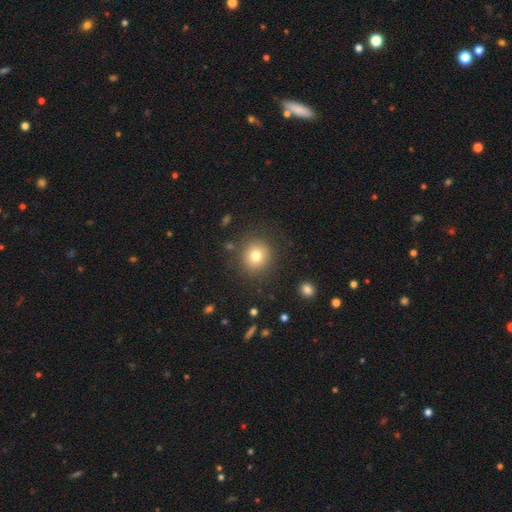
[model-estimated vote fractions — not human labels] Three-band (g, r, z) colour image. It shows a smooth galaxy with no disk features (78%) that is round (85%). Merging: none (85%).